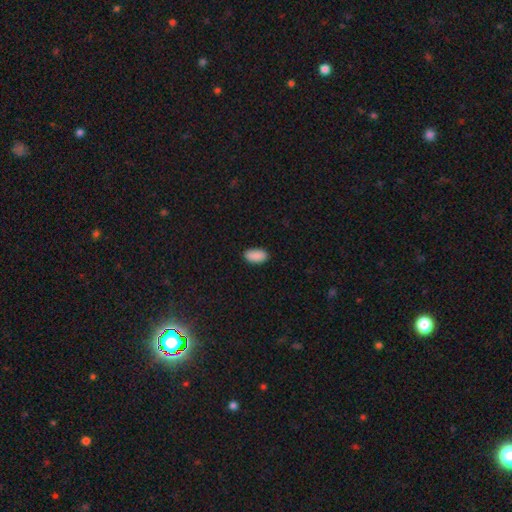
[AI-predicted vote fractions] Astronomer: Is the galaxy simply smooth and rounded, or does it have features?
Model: smooth — 90%.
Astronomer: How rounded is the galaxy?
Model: in between — 95%.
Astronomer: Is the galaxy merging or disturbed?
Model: none — 87%.